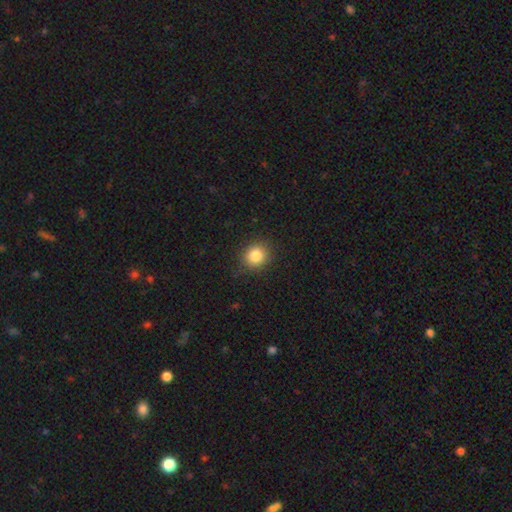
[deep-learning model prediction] Smooth or featured? smooth (83%)
How rounded? round (83%)
Merging? none (85%)